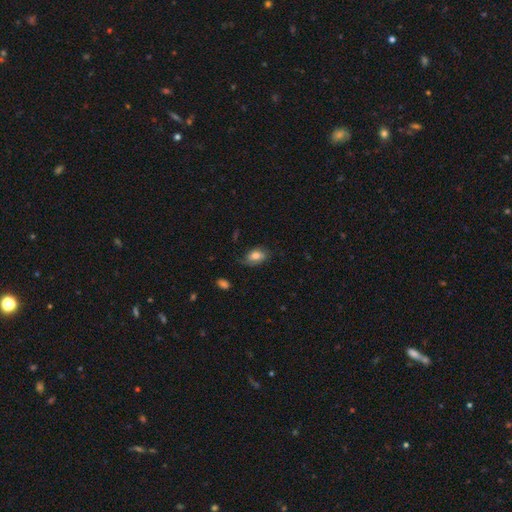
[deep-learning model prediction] A smooth galaxy with no disk features (67%) that is in between round and cigar-shaped (85%).

Vote fractions:
- Smooth or featured? smooth: 67% / featured or disk: 25% / star or artifact: 9%
- How rounded? in between: 85% / round: 13% / cigar-shaped: 2%
- Merging? none: 59% / minor disturbance: 29% / major disturbance: 11% / merger: 2%